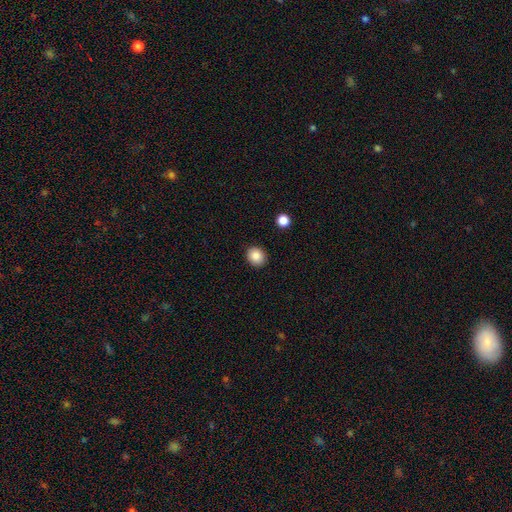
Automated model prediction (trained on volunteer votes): Smooth or featured? smooth (86%)
How rounded? round (68%)
Merging? none (90%)